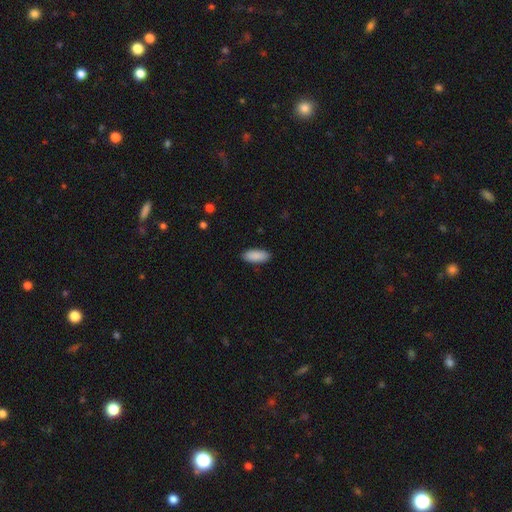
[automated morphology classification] Smooth or featured?
  - smooth: 90% *
  - star or artifact: 6%
  - featured or disk: 4%
How rounded?
  - in between: 82% *
  - cigar-shaped: 16%
  - round: 2%
Merging?
  - none: 89% *
  - minor disturbance: 8%
  - major disturbance: 2%
  - merger: 1%